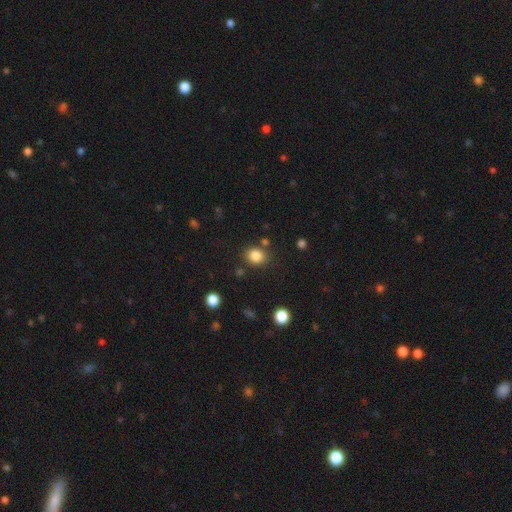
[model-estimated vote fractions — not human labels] The model was most divided on "how rounded": round: 70%, in between: 29%, cigar-shaped: 1%. More confident: smooth or featured — smooth (84%); merging — none (81%).